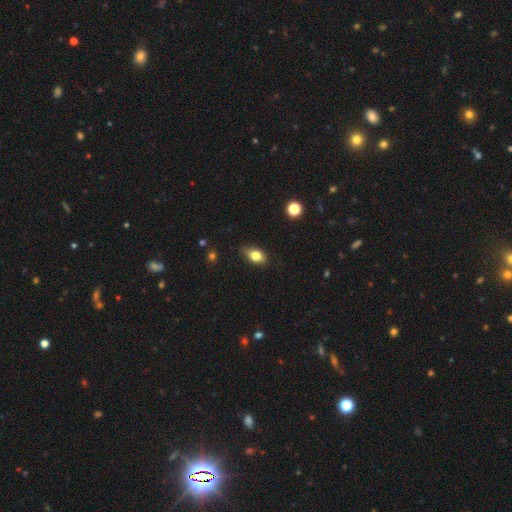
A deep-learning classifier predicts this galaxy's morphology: Smooth or featured? Predicted: smooth (p=0.75). How rounded? Predicted: in between (p=0.77). Merging? Predicted: none (p=0.77).